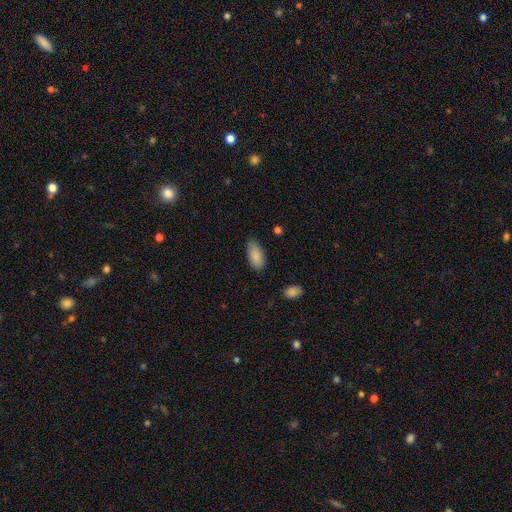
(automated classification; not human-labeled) smooth_or_featured: smooth (p=0.88) [alt: star or artifact p=0.06]
how_rounded: in between (p=0.90) [alt: cigar-shaped p=0.08]
merging: none (p=0.81) [alt: minor disturbance p=0.15]